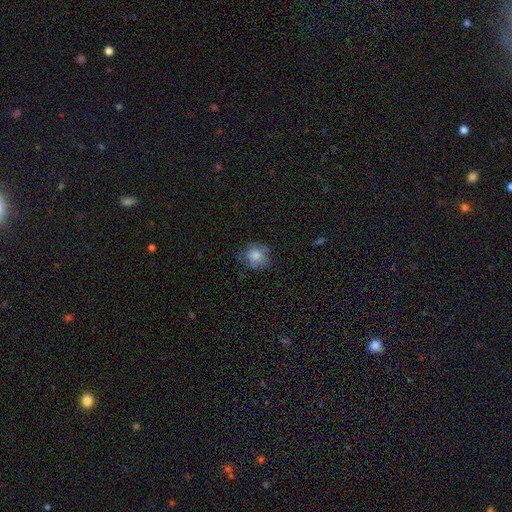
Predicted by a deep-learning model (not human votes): This is likely a smooth galaxy (79%). How rounded: likely round (76%). Merging: likely none (65%).